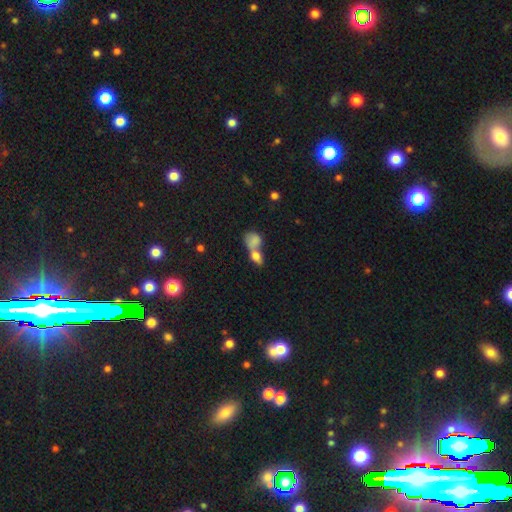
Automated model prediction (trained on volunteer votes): Smooth or featured: smooth — 73% (featured or disk — 16%)
How rounded: in between — 72% (round — 21%)
Merging: merger — 67% (none — 20%)